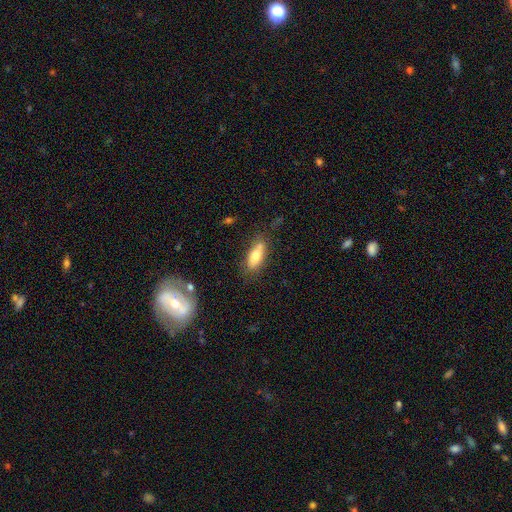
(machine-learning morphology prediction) A smooth galaxy with no disk features (70%) that is in between round and cigar-shaped (74%). Merging: none (64%).